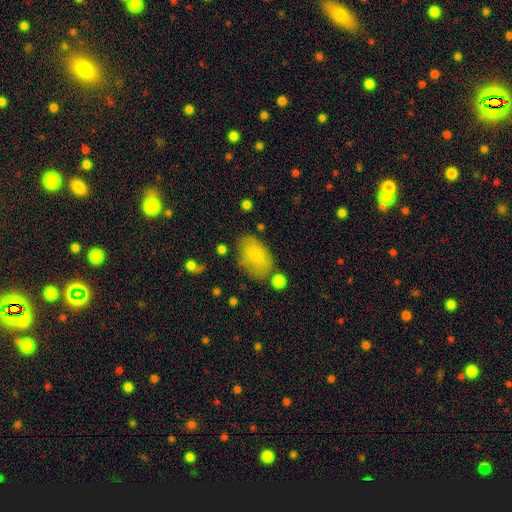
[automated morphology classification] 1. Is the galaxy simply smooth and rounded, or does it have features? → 79% smooth, 13% featured or disk, 8% star or artifact.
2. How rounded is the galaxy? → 90% in between, 9% round, 1% cigar-shaped.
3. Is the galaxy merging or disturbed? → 63% none, 23% minor disturbance, 8% major disturbance, 6% merger.